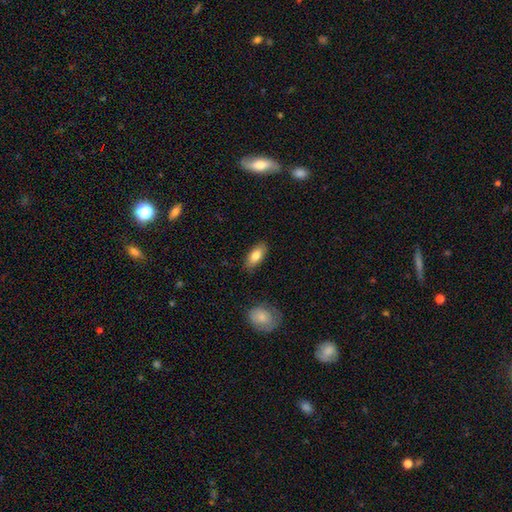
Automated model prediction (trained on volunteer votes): smooth_or_featured: smooth (p=0.80) [alt: featured or disk p=0.13]
how_rounded: in between (p=0.88) [alt: cigar-shaped p=0.10]
merging: none (p=0.85) [alt: minor disturbance p=0.11]